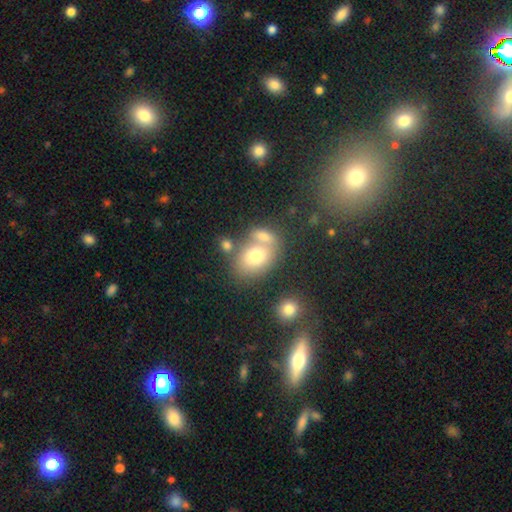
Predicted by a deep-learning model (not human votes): Overall: smooth (73%). How rounded: in between (71%). Merging: none (43%; merger 40%).